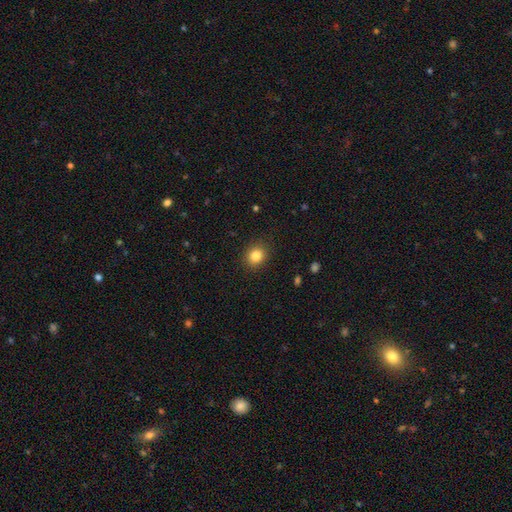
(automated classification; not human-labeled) This is clearly a smooth galaxy (84%). How rounded: likely round (73%). Merging: clearly none (89%).